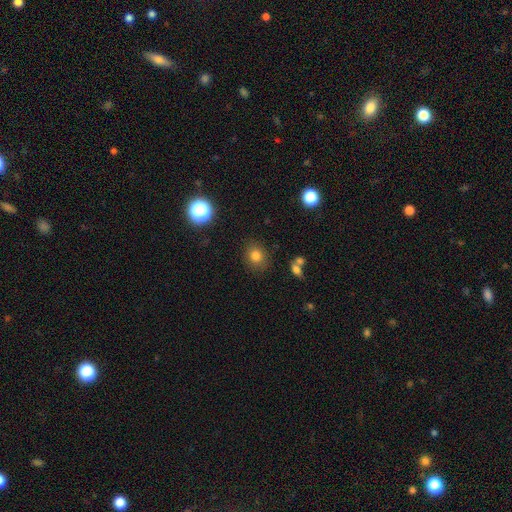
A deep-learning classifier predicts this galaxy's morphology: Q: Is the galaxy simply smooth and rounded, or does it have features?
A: smooth — 79%.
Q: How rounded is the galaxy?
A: round — 75%.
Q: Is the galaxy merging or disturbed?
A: none — 84%.